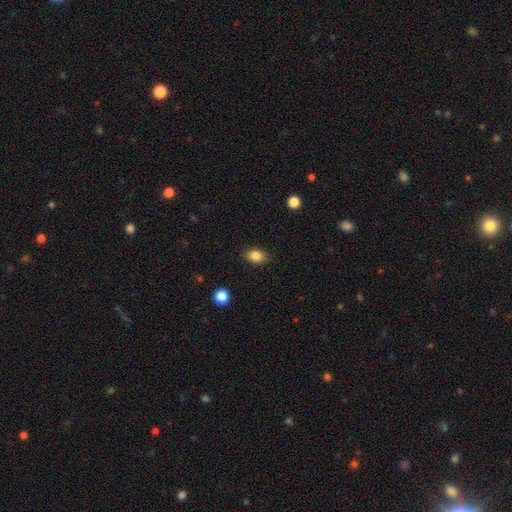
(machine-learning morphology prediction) smooth_or_featured: smooth (p=0.84) [alt: star or artifact p=0.09]
how_rounded: in between (p=0.79) [alt: round p=0.20]
merging: none (p=0.87) [alt: minor disturbance p=0.10]